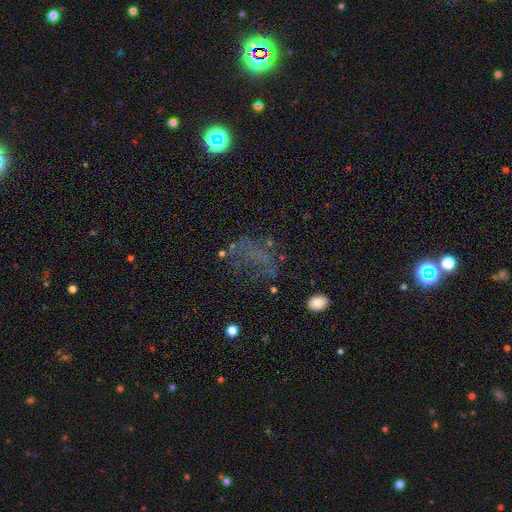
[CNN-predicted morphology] type=smooth (34%); merging=none (44%).